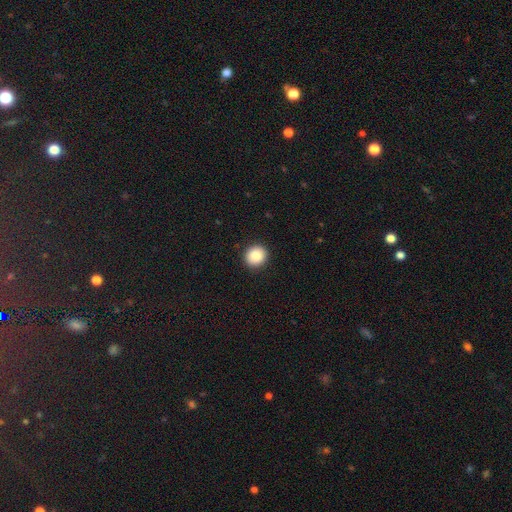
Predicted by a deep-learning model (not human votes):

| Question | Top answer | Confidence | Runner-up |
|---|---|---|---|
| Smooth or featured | smooth | 88% | star or artifact (8%) |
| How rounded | round | 87% | in between (12%) |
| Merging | none | 92% | minor disturbance (6%) |